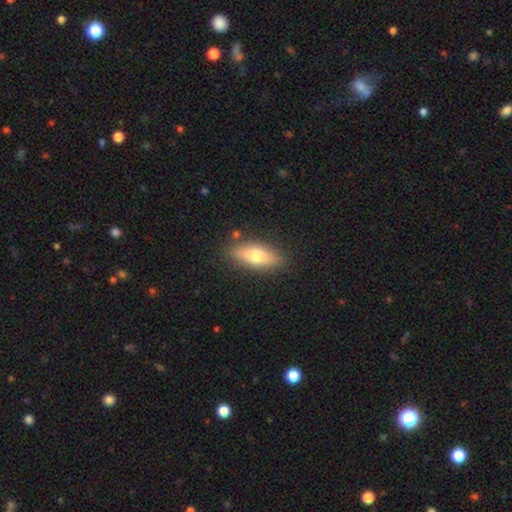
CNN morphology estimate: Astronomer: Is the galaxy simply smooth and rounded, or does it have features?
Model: smooth — 69%.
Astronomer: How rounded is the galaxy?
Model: in between — 70%.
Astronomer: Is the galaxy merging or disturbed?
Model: none — 84%.